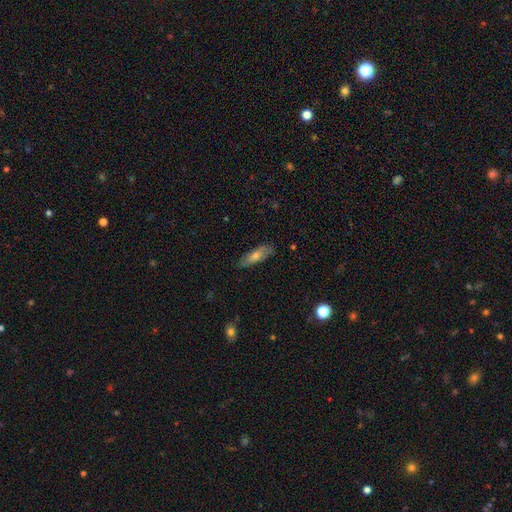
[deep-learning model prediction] smooth 52%, featured or disk 39%, star or artifact 9%. Down the decision tree: how rounded — in between (51%); merging — none (83%).